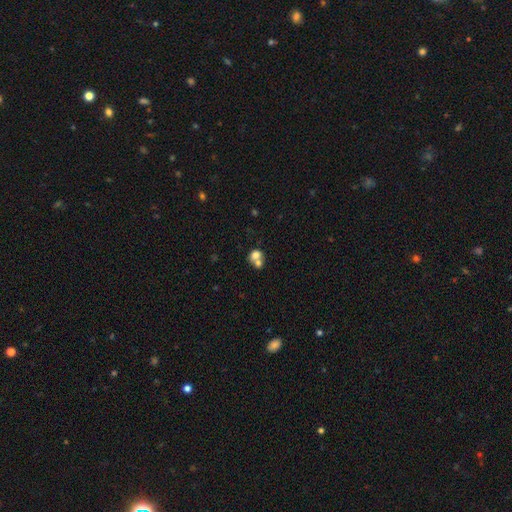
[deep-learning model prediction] Smooth or featured? Predicted: smooth (p=0.72). How rounded? Predicted: round (p=0.62). Merging? Predicted: merger (p=0.62).